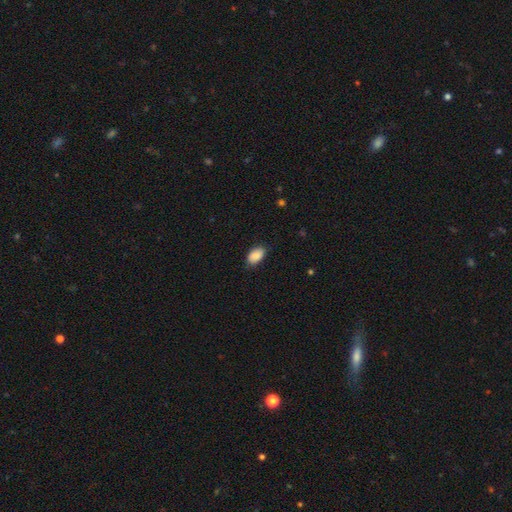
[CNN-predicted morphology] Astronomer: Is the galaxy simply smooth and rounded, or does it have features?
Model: smooth — 87%.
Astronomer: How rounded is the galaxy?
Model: in between — 93%.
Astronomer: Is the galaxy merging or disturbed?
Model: none — 77%.